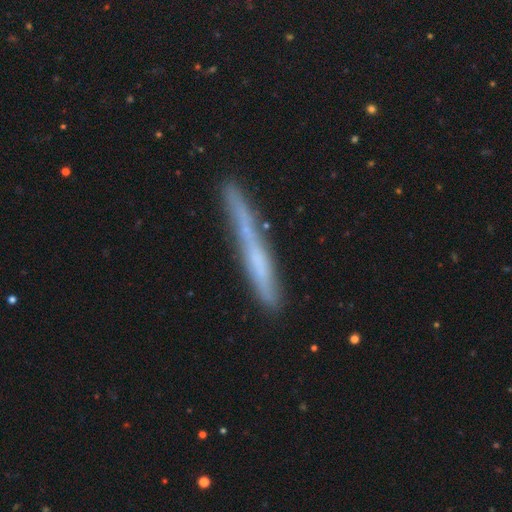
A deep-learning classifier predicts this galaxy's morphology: smooth_or_featured: featured or disk (p=0.49) [alt: smooth p=0.42]
merging: none (p=0.78) [alt: minor disturbance p=0.16]